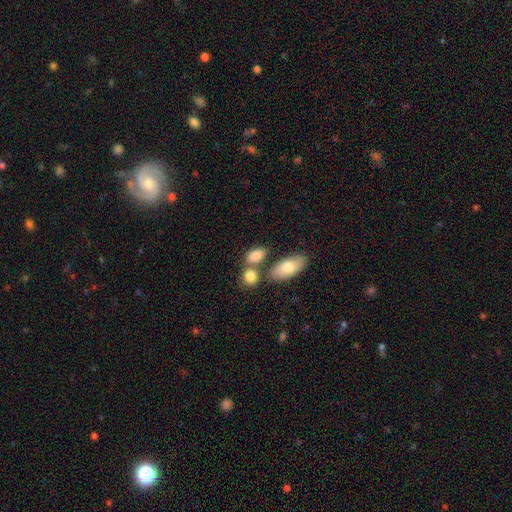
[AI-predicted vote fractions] Q: Smooth or featured?
A: smooth (82%); runner-up: featured or disk (10%)
Q: How rounded?
A: in between (84%); runner-up: round (11%)
Q: Merging?
A: none (52%); runner-up: merger (30%)